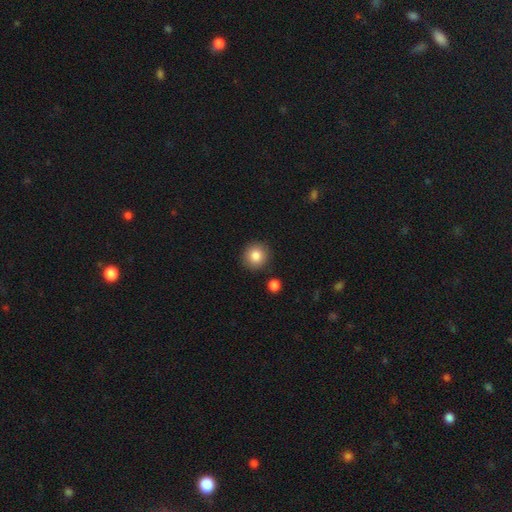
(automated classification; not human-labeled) Morphology: type=smooth (84%); roundness=round (91%); merging=none (89%).